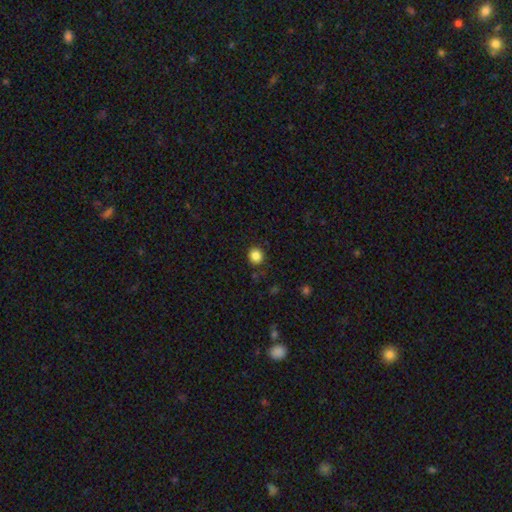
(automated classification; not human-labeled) Smooth or featured? smooth (85%)
How rounded? round (90%)
Merging? none (88%)